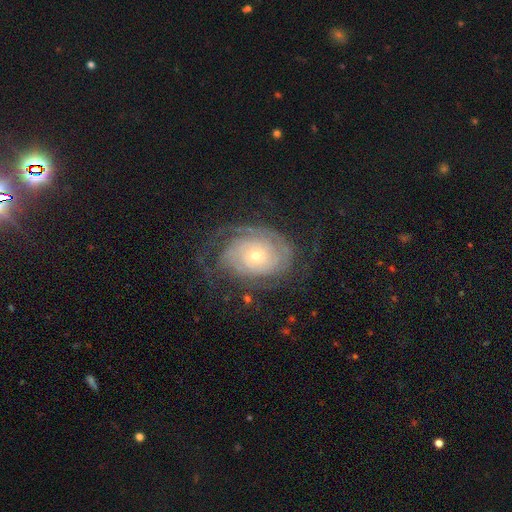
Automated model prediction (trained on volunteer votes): Q: Smooth or featured?
A: featured or disk (83%); runner-up: smooth (10%)
Q: Edge-on disk?
A: no (96%); runner-up: yes (4%)
Q: Bar?
A: no (81%); runner-up: weak (15%)
Q: Spiral arms?
A: yes (94%); runner-up: no (6%)
Q: Spiral winding?
A: tight (73%); runner-up: medium (20%)
Q: Spiral arm count?
A: can't tell (39%); runner-up: 2 (25%)
Q: Bulge size?
A: small (64%); runner-up: moderate (31%)
Q: Merging?
A: none (67%); runner-up: minor disturbance (18%)